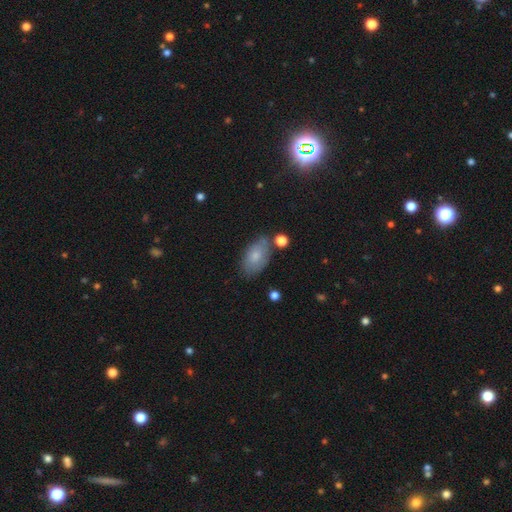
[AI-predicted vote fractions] Smooth or featured? smooth (74%)
How rounded? in between (92%)
Merging? none (66%)